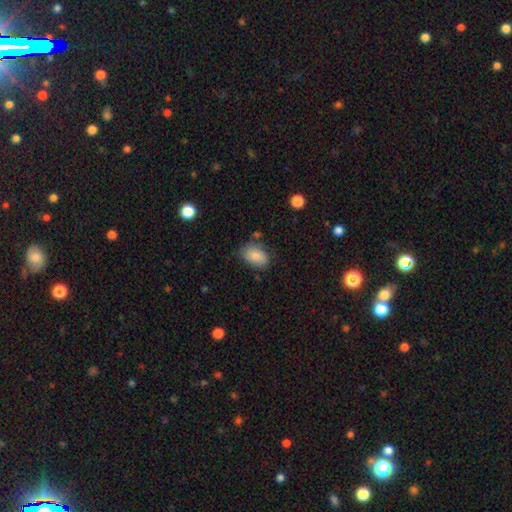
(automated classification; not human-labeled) Morphology: type=smooth (82%); roundness=in between (86%); merging=none (70%).